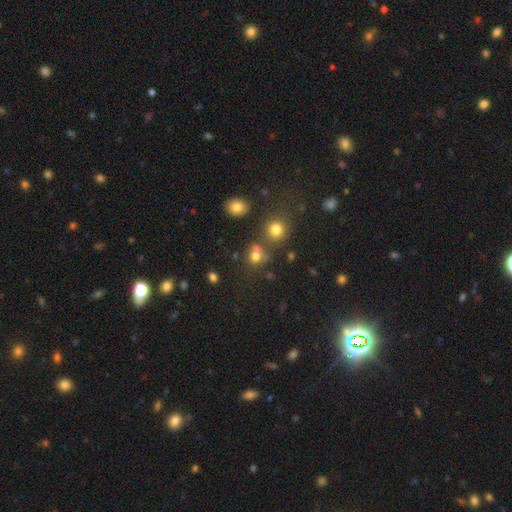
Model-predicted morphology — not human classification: This appears to be a smooth galaxy with no disk features (75%) that is round (79%). Merging: none (58%).